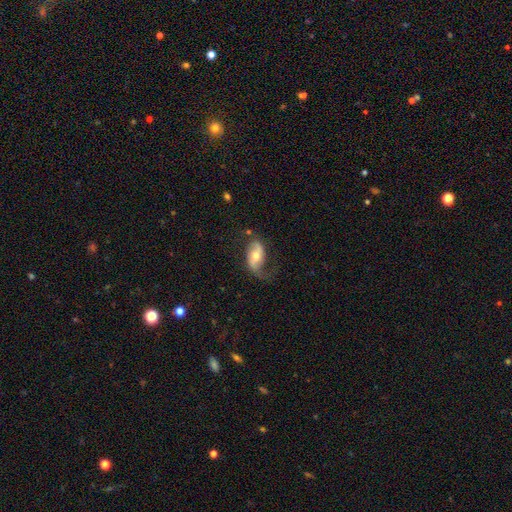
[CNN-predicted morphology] A featured or disk galaxy (65%) with no bar (48%), 2 (77%) loose (66%) spiral arms (86%) and a moderate central bulge (69%). Merging: none (52%).